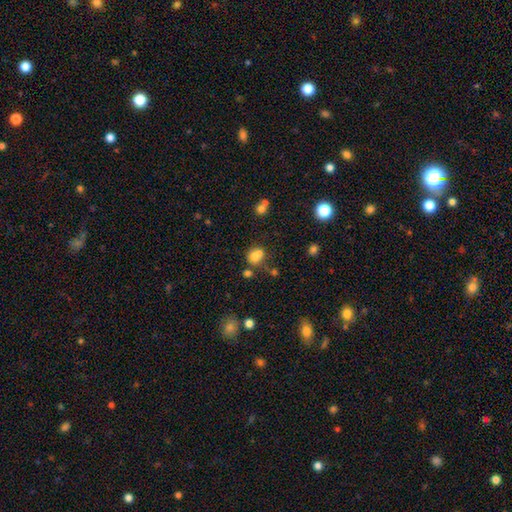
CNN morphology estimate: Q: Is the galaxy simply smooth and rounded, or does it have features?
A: smooth — 75%.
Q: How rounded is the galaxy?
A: round — 58%.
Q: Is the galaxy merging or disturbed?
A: none — 48%.